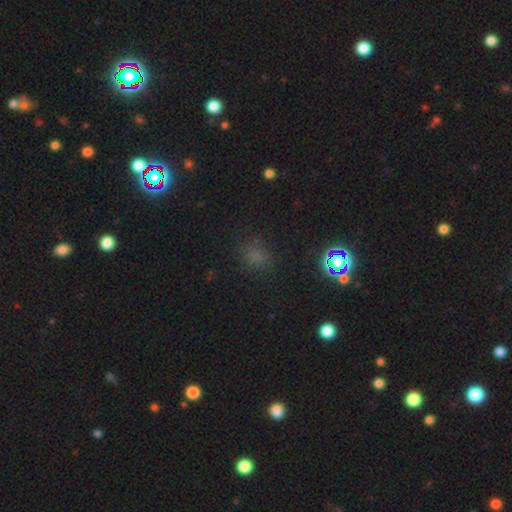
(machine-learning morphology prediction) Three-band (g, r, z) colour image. It shows a smooth galaxy with no disk features (62%) that is round (65%). Merging: none (78%).